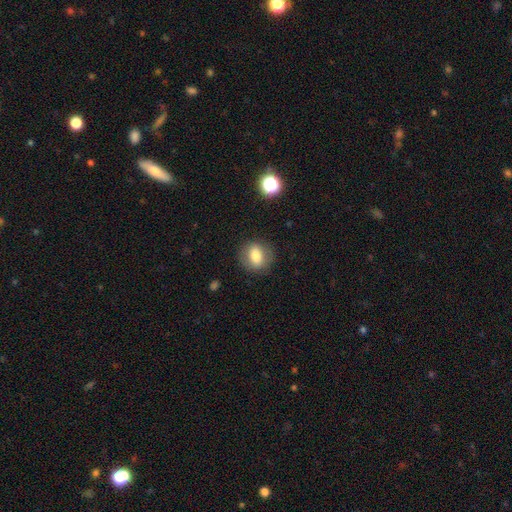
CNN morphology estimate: Overall: smooth (76%). How rounded: round (56%; in between 42%). Merging: none (84%).